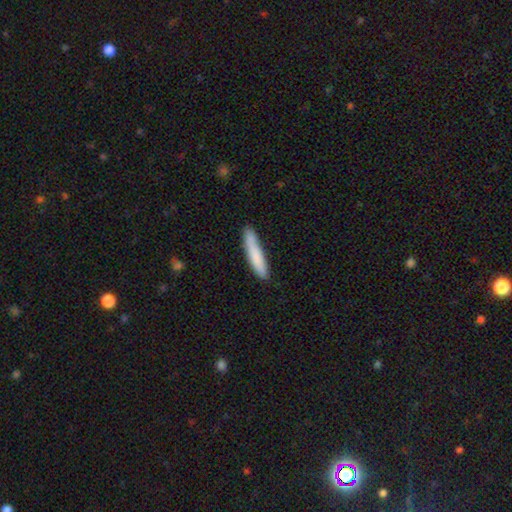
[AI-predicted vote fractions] Morphology: type=smooth (81%); roundness=cigar-shaped (89%); merging=none (77%).